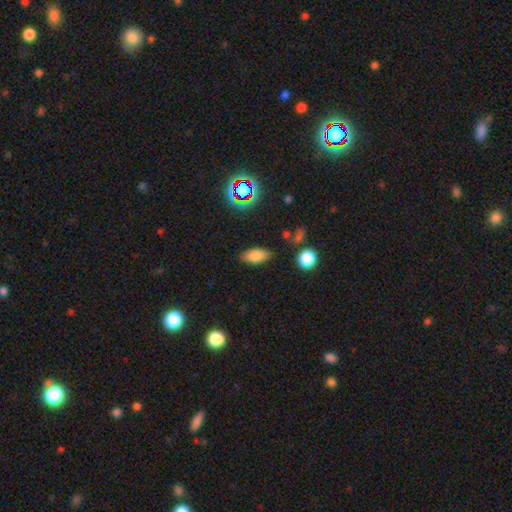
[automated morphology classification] Smooth or featured: smooth — 78% (featured or disk — 11%)
How rounded: in between — 86% (cigar-shaped — 10%)
Merging: none — 83% (minor disturbance — 12%)